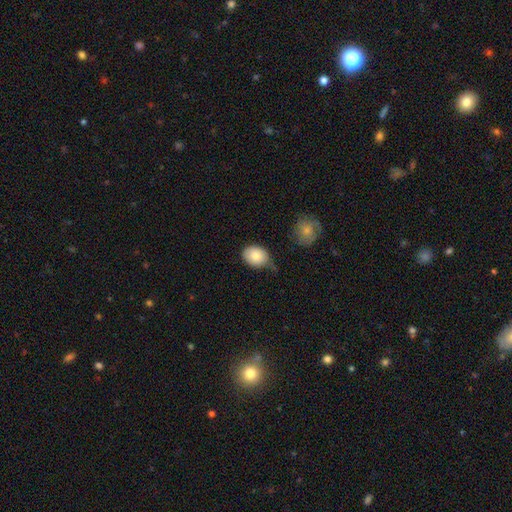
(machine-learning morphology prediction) Smooth or featured?
  - smooth: 83% *
  - featured or disk: 10%
  - star or artifact: 7%
How rounded?
  - in between: 57% *
  - round: 42%
  - cigar-shaped: 1%
Merging?
  - none: 52% *
  - minor disturbance: 33%
  - major disturbance: 8%
  - merger: 6%